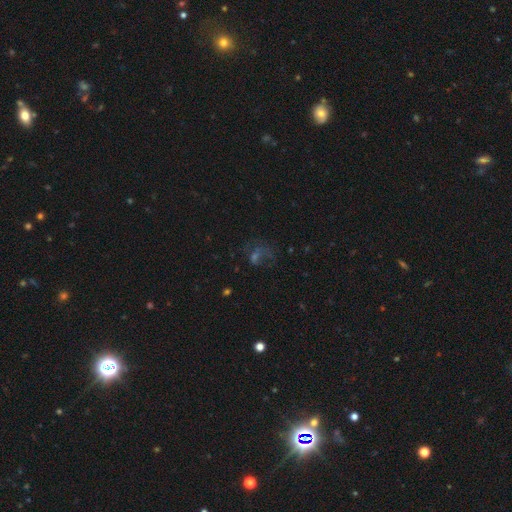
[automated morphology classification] type=star or artifact (38%).